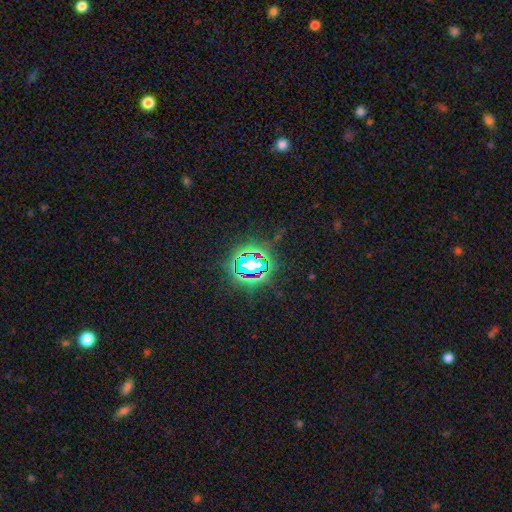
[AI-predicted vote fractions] star or artifact 80%, smooth 13%, featured or disk 7%.